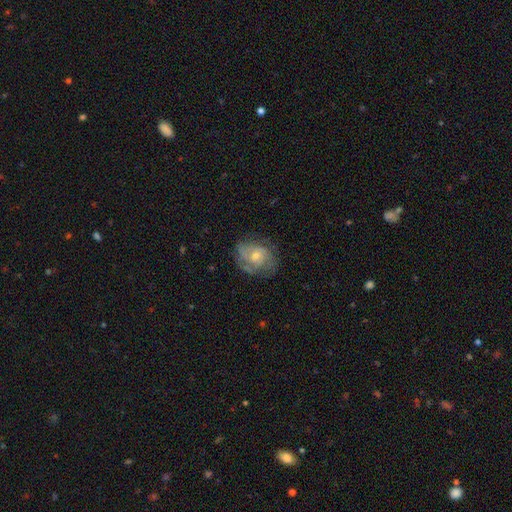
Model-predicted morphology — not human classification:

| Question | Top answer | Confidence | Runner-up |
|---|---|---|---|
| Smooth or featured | featured or disk | 72% | smooth (19%) |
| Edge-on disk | no | 97% | yes (3%) |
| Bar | no | 71% | weak (26%) |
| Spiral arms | yes | 89% | no (11%) |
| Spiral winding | tight | 52% | medium (37%) |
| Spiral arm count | can't tell | 33% | 3 (25%) |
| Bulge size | moderate | 49% | small (46%) |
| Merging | none | 70% | minor disturbance (20%) |